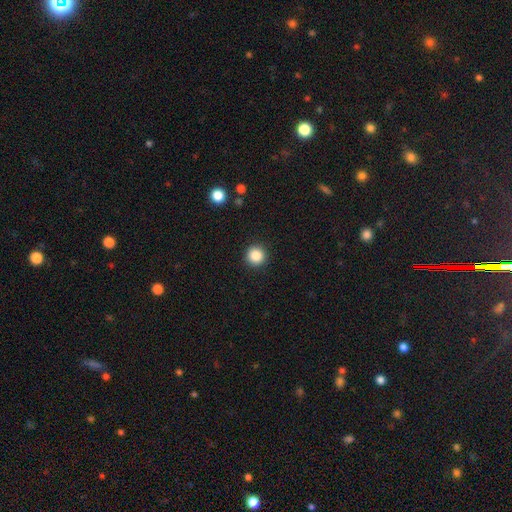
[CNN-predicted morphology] This appears to be a smooth galaxy with no disk features (86%) that is round (95%). Merging: none (92%).